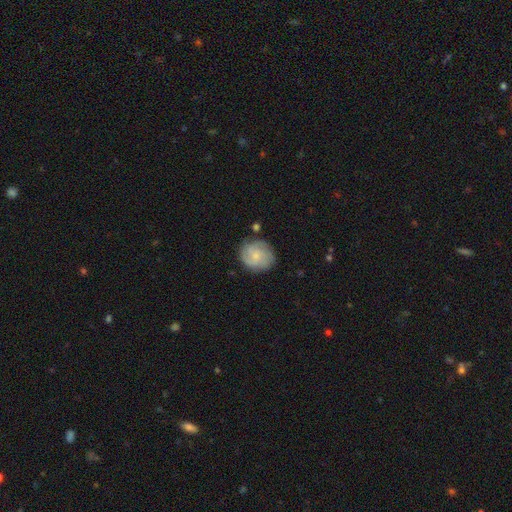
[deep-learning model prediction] smooth-or-featured: featured or disk: 53% | smooth: 40% | star or artifact: 7%
  disk-edge-on: no: 98% | yes: 2%
    bar: no: 68% | weak: 29% | strong: 3%
    has-spiral-arms: yes: 88% | no: 12%
    bulge-size: small: 55% | moderate: 27% | none: 14% | large: 2% | dominant: 1%
  merging: none: 78% | minor disturbance: 15% | major disturbance: 5% | merger: 3%